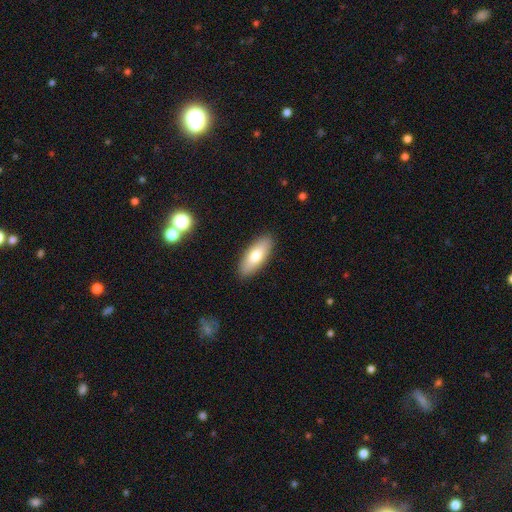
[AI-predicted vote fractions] Q: Smooth or featured?
A: smooth (74%); runner-up: featured or disk (20%)
Q: How rounded?
A: in between (78%); runner-up: cigar-shaped (20%)
Q: Merging?
A: none (89%); runner-up: minor disturbance (8%)